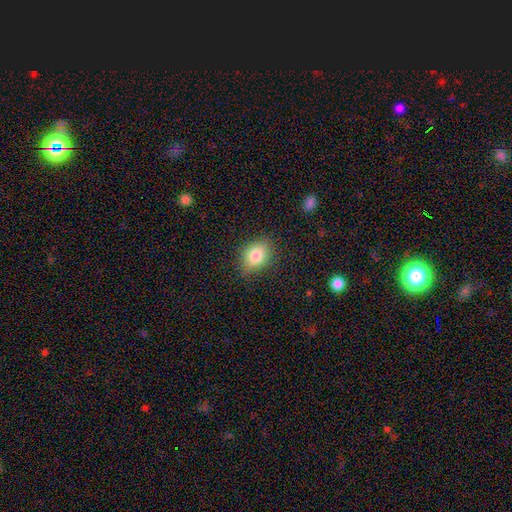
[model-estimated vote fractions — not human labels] Smooth or featured? Predicted: smooth (p=0.80). How rounded? Predicted: in between (p=0.72). Merging? Predicted: none (p=0.81).